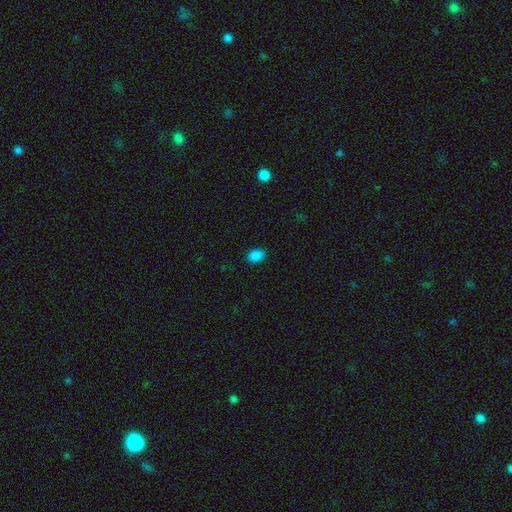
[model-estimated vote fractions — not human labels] This appears to be a smooth galaxy with no disk features (85%) that is in between round and cigar-shaped (79%). Merging: none (87%).